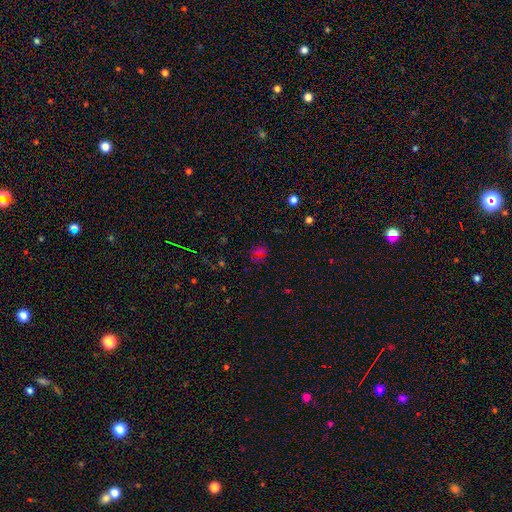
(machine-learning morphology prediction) A smooth galaxy with no disk features (48%). Merging: none (74%).